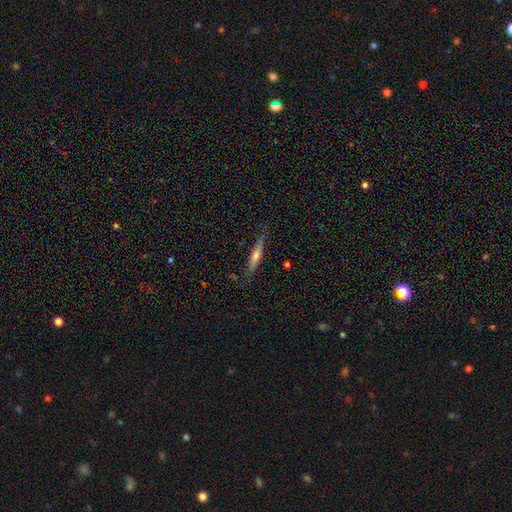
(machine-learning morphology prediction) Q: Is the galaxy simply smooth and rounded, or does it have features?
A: featured or disk — 60%.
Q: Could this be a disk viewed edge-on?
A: yes — 95%.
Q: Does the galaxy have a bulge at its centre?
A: rounded — 70%.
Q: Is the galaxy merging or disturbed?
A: none — 83%.